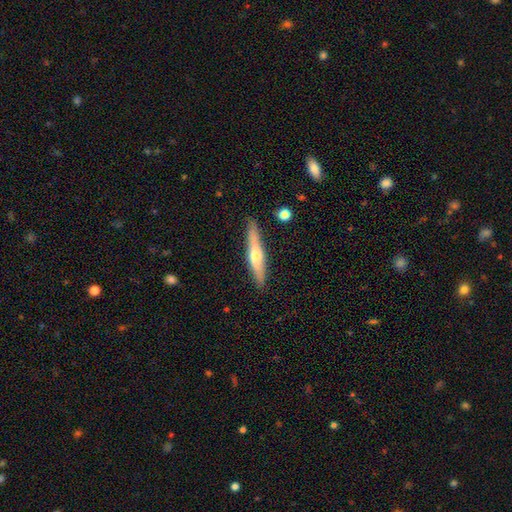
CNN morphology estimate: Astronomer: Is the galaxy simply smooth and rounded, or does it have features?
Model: featured or disk — 48% (runner-up: smooth, 46%).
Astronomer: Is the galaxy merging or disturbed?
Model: none — 87%.